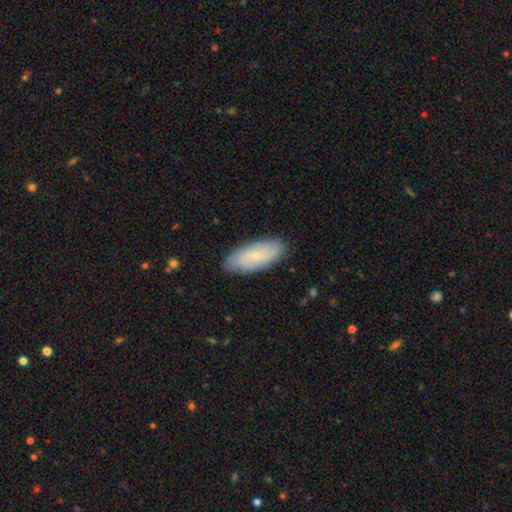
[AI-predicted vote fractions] smooth_or_featured: smooth (p=0.57) [alt: featured or disk p=0.37]
how_rounded: in between (p=0.86) [alt: cigar-shaped p=0.11]
merging: none (p=0.85) [alt: minor disturbance p=0.12]